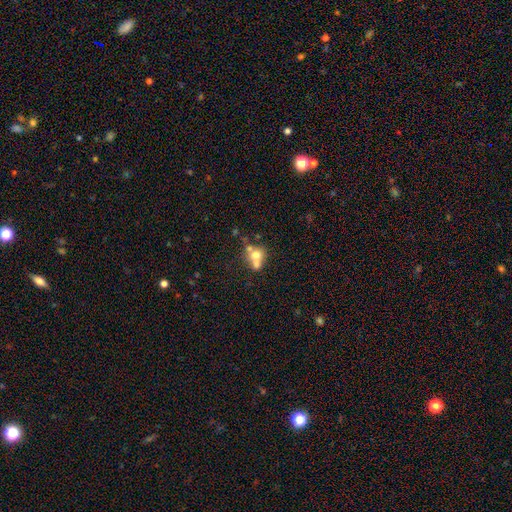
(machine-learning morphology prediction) smooth_or_featured: smooth (p=0.60) [alt: featured or disk p=0.27]
how_rounded: round (p=0.67) [alt: in between p=0.31]
merging: merger (p=0.56) [alt: none p=0.30]